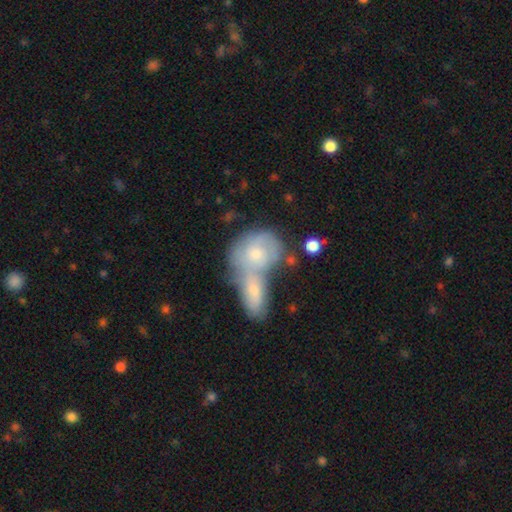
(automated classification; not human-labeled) Smooth or featured? smooth (49%)
Merging? merger (64%)